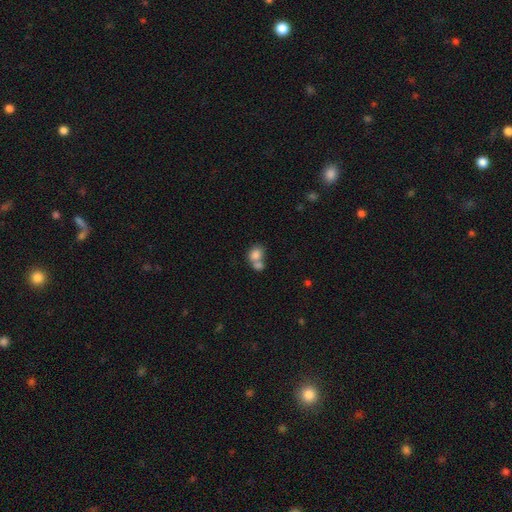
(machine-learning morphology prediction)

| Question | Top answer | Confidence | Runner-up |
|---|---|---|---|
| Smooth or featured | smooth | 80% | featured or disk (11%) |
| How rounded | in between | 51% | round (48%) |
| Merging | merger | 58% | none (30%) |